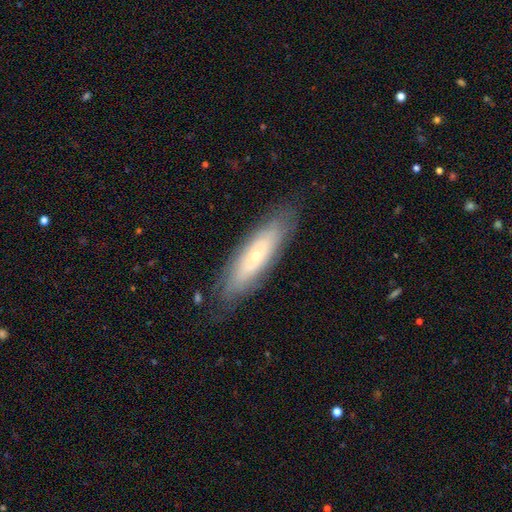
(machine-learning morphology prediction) Smooth or featured? featured or disk (57%)
Edge-on disk? no (69%)
Merging? none (80%)